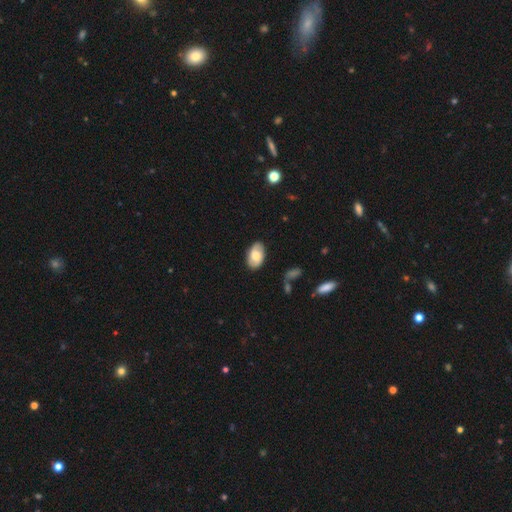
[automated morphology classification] A smooth galaxy with no disk features (63%) that is in between round and cigar-shaped (92%).

Vote fractions:
- Smooth or featured? smooth: 63% / featured or disk: 30% / star or artifact: 7%
- How rounded? in between: 92% / round: 7% / cigar-shaped: 1%
- Merging? none: 81% / minor disturbance: 15% / major disturbance: 3% / merger: 2%